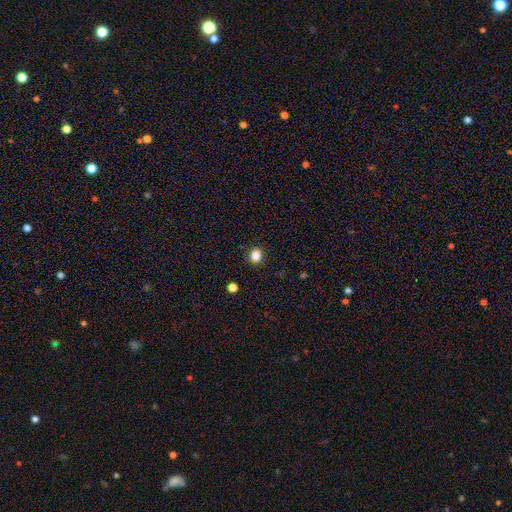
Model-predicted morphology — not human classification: This appears to be a smooth galaxy with no disk features (84%) that is round (81%). Merging: none (90%).